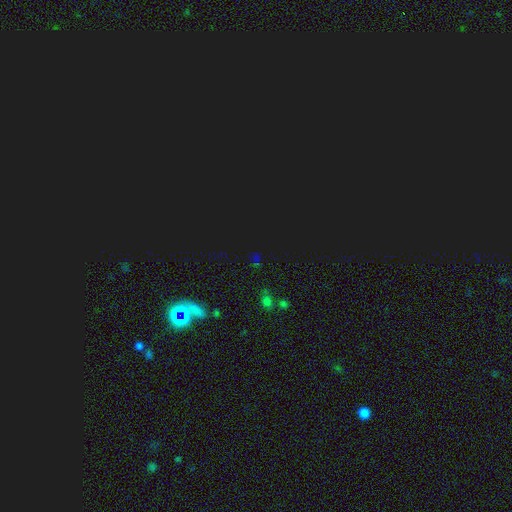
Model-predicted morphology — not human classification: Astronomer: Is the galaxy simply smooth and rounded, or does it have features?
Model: star or artifact — 73%.